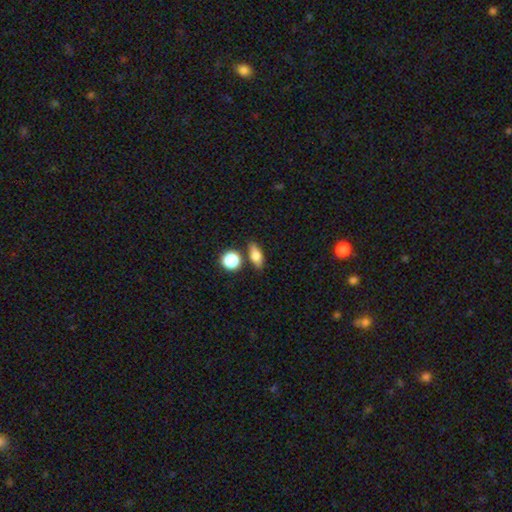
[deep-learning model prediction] Smooth or featured: smooth — 71% (featured or disk — 19%)
How rounded: in between — 63% (cigar-shaped — 20%)
Merging: none — 77% (minor disturbance — 11%)